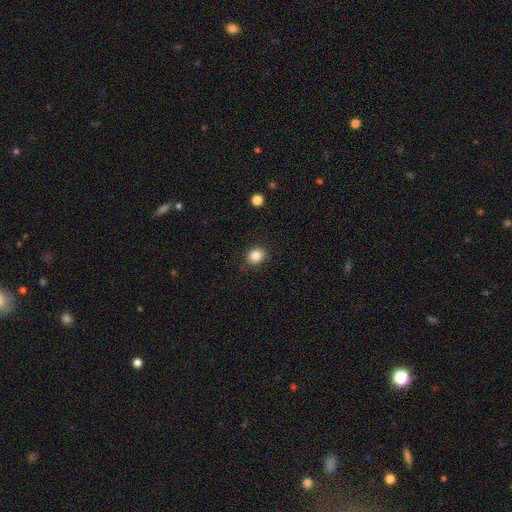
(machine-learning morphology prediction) Overall: smooth (85%). How rounded: round (76%). Merging: none (89%).